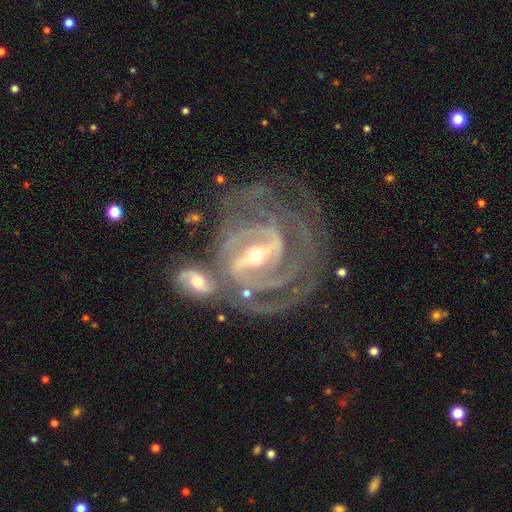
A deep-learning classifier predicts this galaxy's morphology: featured or disk 93%, star or artifact 4%, smooth 3%. Down the decision tree: edge-on disk — no (97%); bar — strong (69%); spiral arms — yes (98%); spiral arm count — 2 (32%); spiral winding — tight (62%); bulge size — moderate (51%); merging — none (43%).